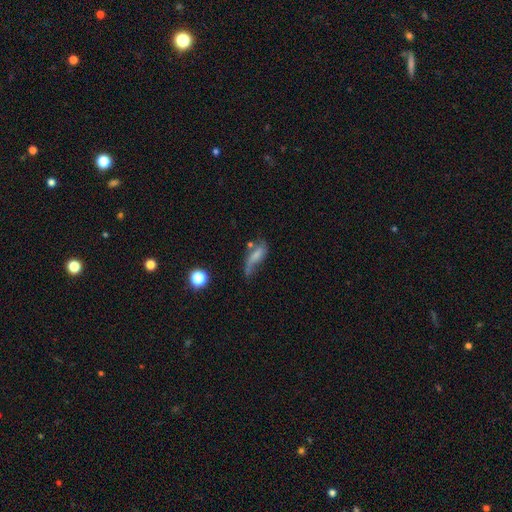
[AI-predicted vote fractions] Overall: smooth (55%; featured or disk 33%). How rounded: in between (61%; cigar-shaped 34%). Merging: none (32%; minor disturbance 29%).